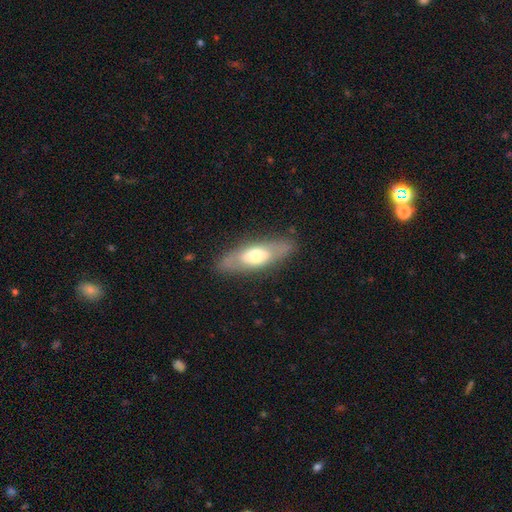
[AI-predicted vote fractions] Smooth or featured: smooth — 51% (featured or disk — 44%)
How rounded: in between — 60% (cigar-shaped — 36%)
Merging: none — 82% (minor disturbance — 12%)